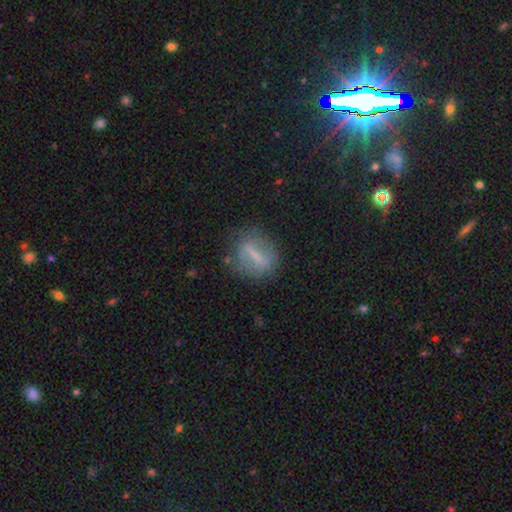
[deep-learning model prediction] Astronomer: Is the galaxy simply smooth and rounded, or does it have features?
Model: featured or disk — 52% (runner-up: smooth, 38%).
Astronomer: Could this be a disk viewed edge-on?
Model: no — 83%.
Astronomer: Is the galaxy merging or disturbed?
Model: none — 75%.